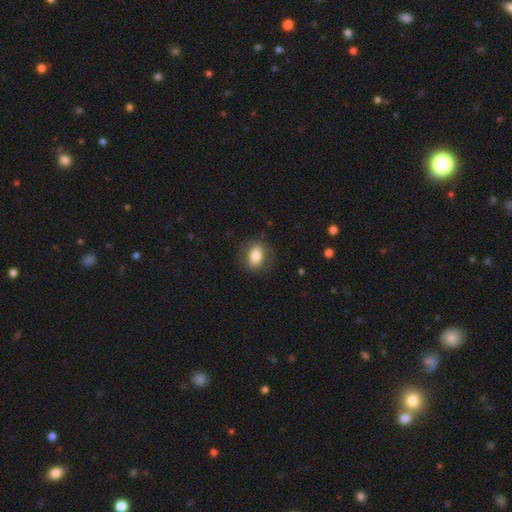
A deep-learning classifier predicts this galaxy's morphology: Smooth or featured?
  - smooth: 78% *
  - featured or disk: 14%
  - star or artifact: 8%
How rounded?
  - in between: 70% *
  - round: 29%
  - cigar-shaped: 1%
Merging?
  - none: 80% *
  - minor disturbance: 13%
  - major disturbance: 6%
  - merger: 1%